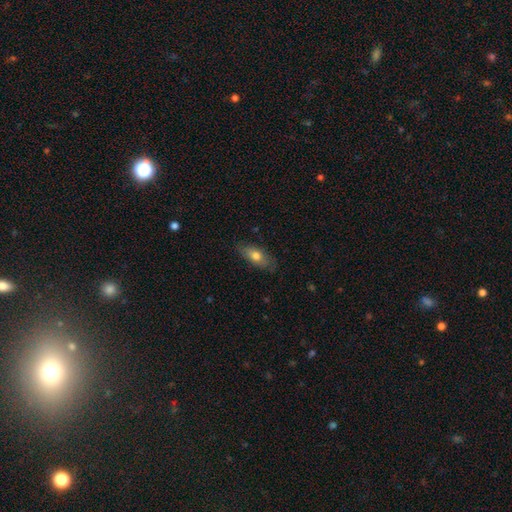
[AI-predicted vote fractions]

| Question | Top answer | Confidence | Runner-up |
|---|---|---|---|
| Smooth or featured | smooth | 70% | featured or disk (23%) |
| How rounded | in between | 79% | cigar-shaped (17%) |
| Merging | none | 78% | minor disturbance (17%) |